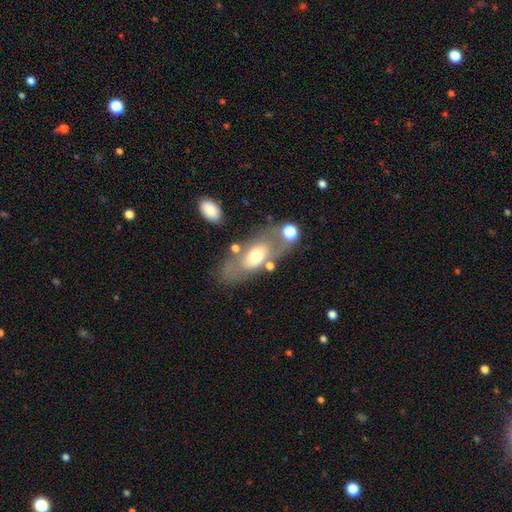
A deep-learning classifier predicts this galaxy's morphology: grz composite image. It shows a smooth galaxy with no disk features (51%) that is in between round and cigar-shaped (84%). Merging: none (61%).